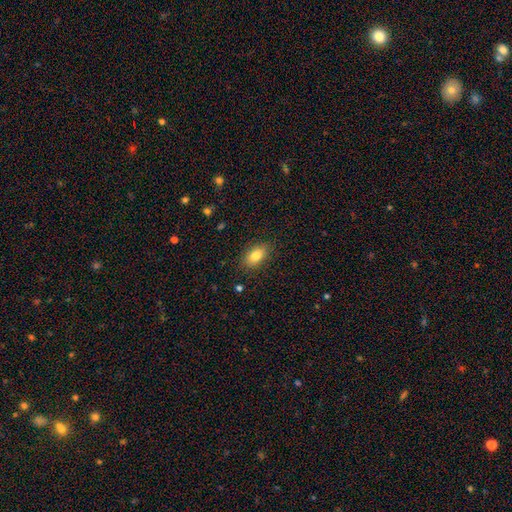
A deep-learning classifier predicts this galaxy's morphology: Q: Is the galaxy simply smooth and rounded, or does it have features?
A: smooth — 82%.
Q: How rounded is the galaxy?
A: in between — 88%.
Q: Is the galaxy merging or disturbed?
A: none — 86%.